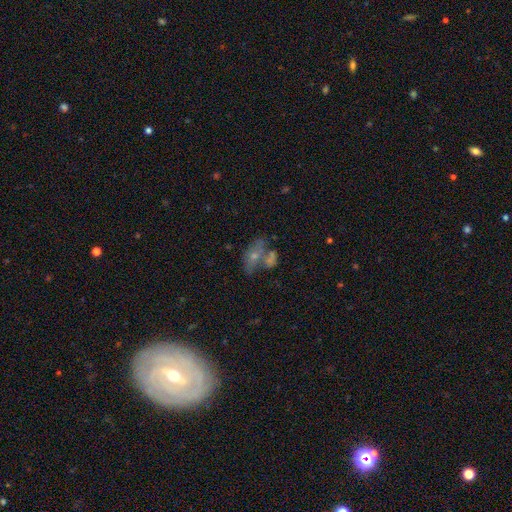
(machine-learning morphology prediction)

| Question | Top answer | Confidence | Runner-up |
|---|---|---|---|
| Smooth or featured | smooth | 49% | featured or disk (38%) |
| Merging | merger | 42% | none (31%) |